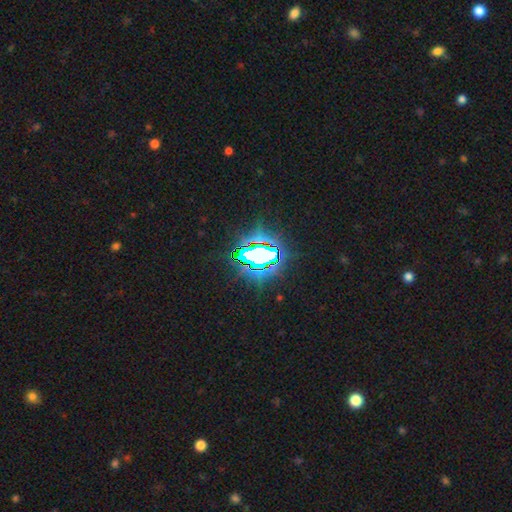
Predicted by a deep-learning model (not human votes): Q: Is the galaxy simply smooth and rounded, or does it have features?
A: star or artifact — 83%.